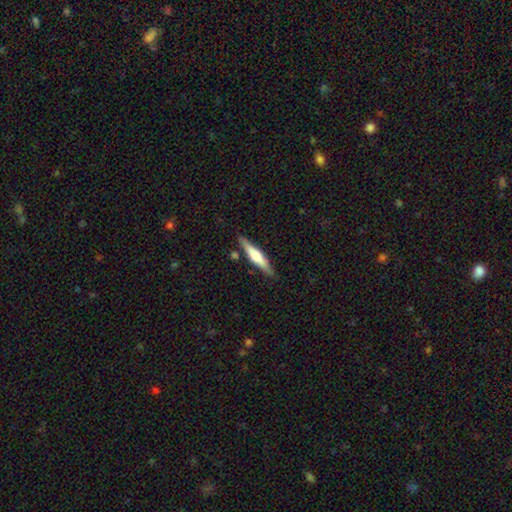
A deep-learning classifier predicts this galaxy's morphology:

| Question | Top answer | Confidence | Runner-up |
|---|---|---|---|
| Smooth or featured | featured or disk | 48% | smooth (46%) |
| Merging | none | 85% | minor disturbance (10%) |